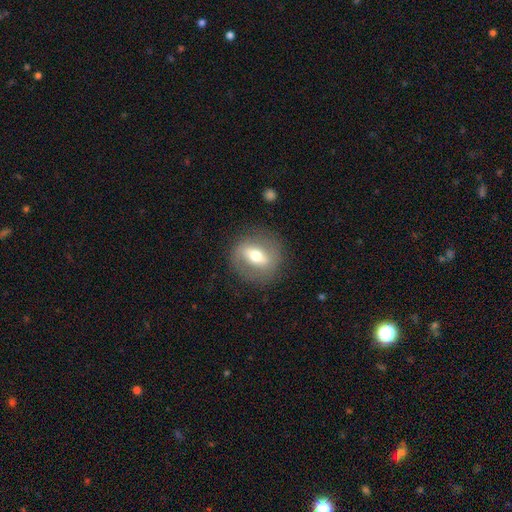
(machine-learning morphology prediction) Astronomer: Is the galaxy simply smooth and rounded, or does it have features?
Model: featured or disk — 55% (runner-up: smooth, 37%).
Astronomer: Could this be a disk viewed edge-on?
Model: no — 80%.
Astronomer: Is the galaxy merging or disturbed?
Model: none — 82%.